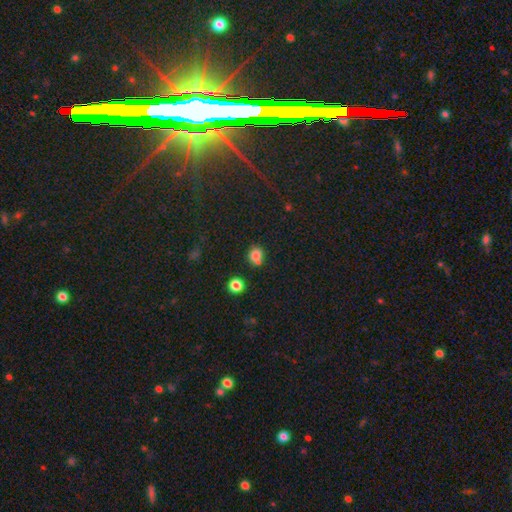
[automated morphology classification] Smooth or featured?
  - smooth: 80% *
  - star or artifact: 13%
  - featured or disk: 7%
How rounded?
  - round: 75% *
  - in between: 24%
  - cigar-shaped: 1%
Merging?
  - none: 61% *
  - merger: 22%
  - minor disturbance: 13%
  - major disturbance: 4%